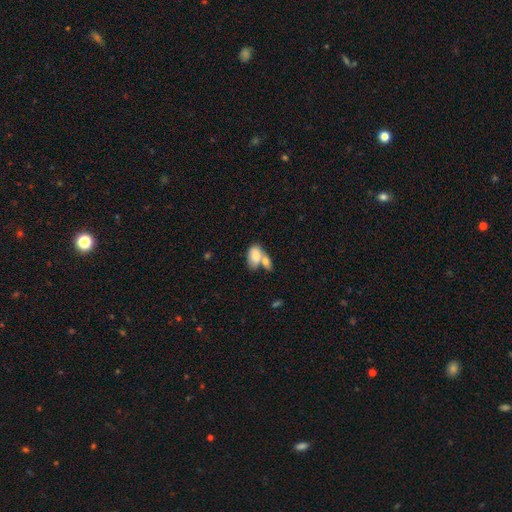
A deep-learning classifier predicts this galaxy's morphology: A smooth galaxy with no disk features (79%) that is in between round and cigar-shaped (89%).

Vote fractions:
- Smooth or featured? smooth: 79% / featured or disk: 14% / star or artifact: 7%
- How rounded? in between: 89% / round: 8% / cigar-shaped: 2%
- Merging? merger: 58% / none: 23% / minor disturbance: 12% / major disturbance: 7%